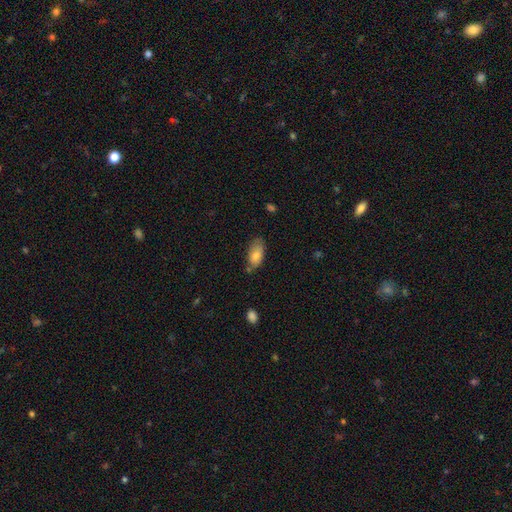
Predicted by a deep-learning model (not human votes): Overall: smooth (77%). How rounded: in between (91%). Merging: none (61%; minor disturbance 27%).